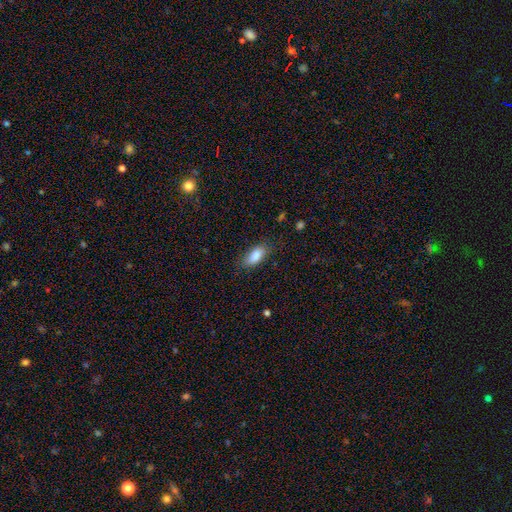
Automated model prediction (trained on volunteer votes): Morphology: type=smooth (85%); roundness=in between (82%); merging=none (78%).